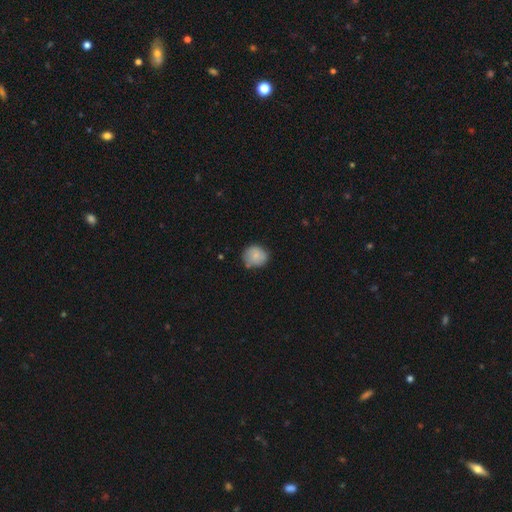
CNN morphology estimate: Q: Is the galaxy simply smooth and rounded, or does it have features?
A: smooth — 81%.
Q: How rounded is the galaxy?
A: round — 82%.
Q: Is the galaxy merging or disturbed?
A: none — 67%.